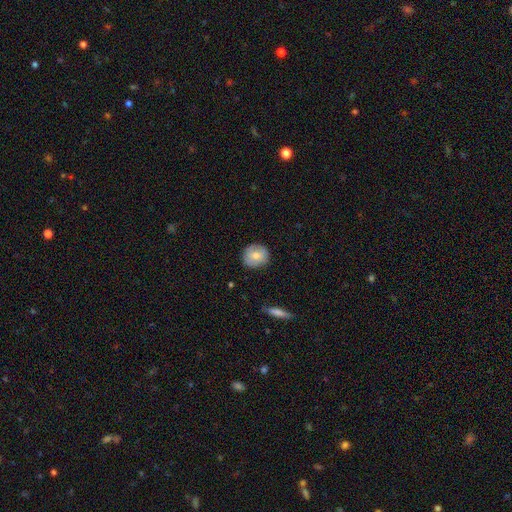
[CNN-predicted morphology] Smooth or featured? smooth (72%)
How rounded? round (86%)
Merging? none (84%)